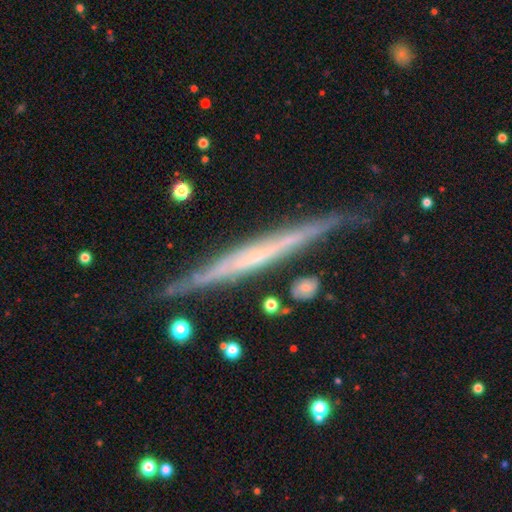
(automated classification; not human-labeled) A featured or disk galaxy (76%) viewed edge-on (96%) with no central bulge (75%). Merging: none (83%).